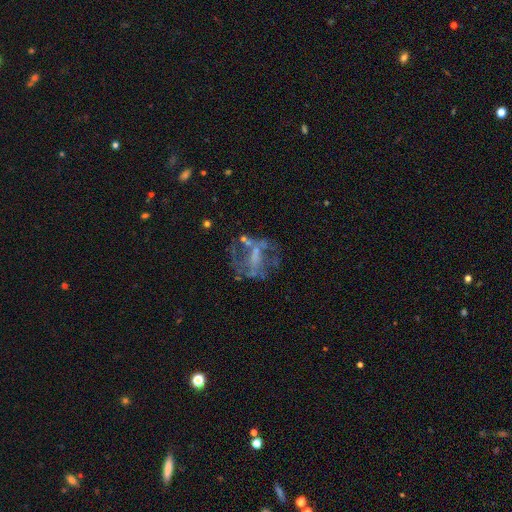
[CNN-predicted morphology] type=featured or disk (65%); edge-on=no (95%); bar=no (51%); spiral arms=no (65%); bulge=none (45%); merging=none (51%).